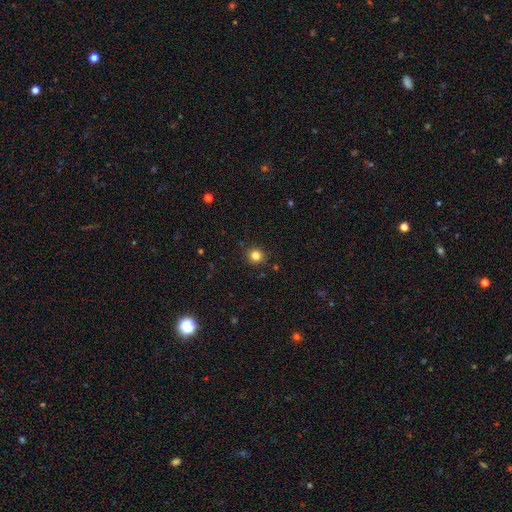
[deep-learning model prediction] smooth 82%, star or artifact 13%, featured or disk 5%. Down the decision tree: how rounded — round (94%); merging — none (92%).